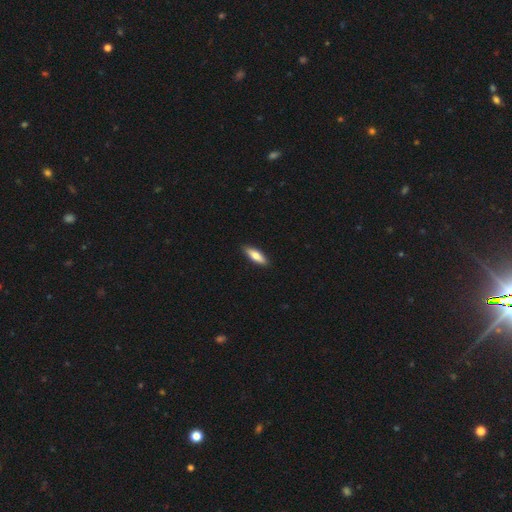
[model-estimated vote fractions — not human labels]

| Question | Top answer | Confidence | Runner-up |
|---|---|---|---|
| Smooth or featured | smooth | 74% | featured or disk (21%) |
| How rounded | cigar-shaped | 52% | in between (46%) |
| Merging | none | 90% | minor disturbance (8%) |